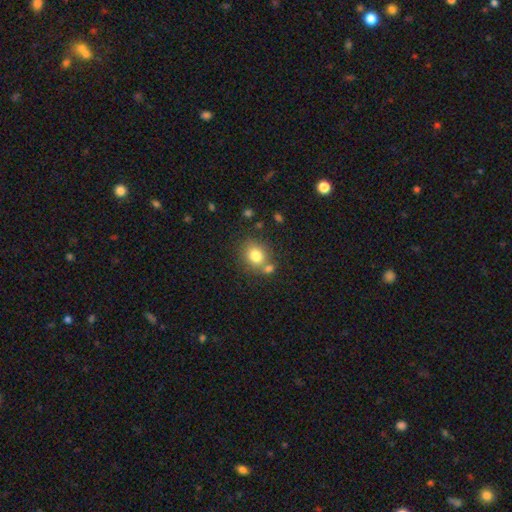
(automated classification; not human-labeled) Smooth or featured? smooth (79%)
How rounded? round (63%)
Merging? none (62%)